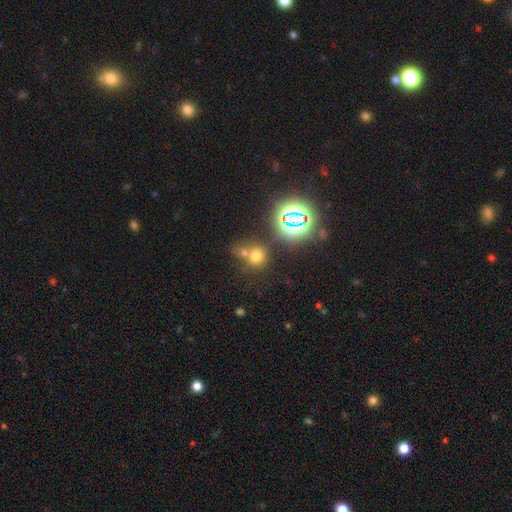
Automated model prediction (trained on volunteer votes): Q: Smooth or featured?
A: smooth (62%); runner-up: star or artifact (29%)
Q: How rounded?
A: round (85%); runner-up: in between (14%)
Q: Merging?
A: none (54%); runner-up: merger (33%)